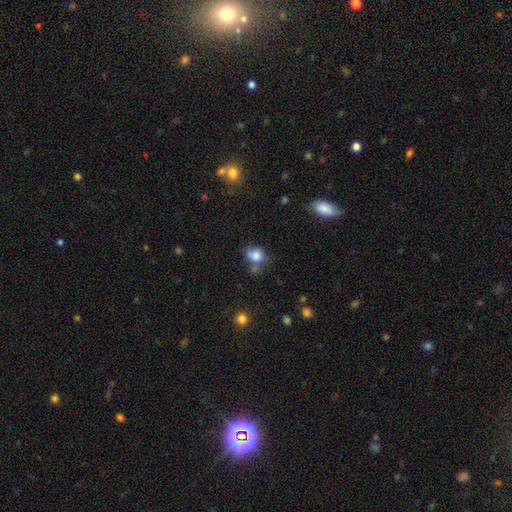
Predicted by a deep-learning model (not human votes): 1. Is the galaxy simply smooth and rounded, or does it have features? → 78% smooth, 11% featured or disk, 11% star or artifact.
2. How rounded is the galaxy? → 57% round, 42% in between, 1% cigar-shaped.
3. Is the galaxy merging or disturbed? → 42% none, 25% minor disturbance, 21% merger, 11% major disturbance.